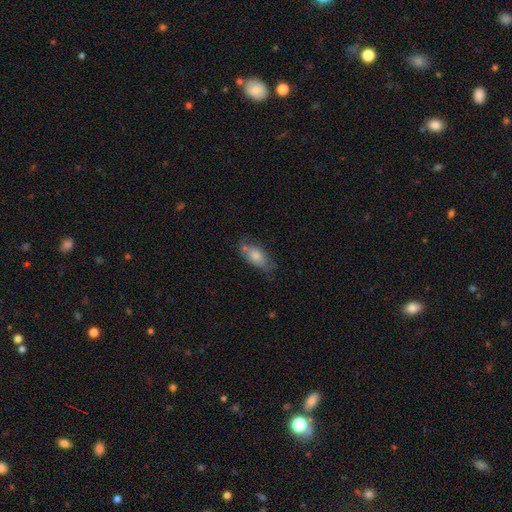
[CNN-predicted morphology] A smooth galaxy with no disk features (67%) that is in between round and cigar-shaped (84%).

Vote fractions:
- Smooth or featured? smooth: 67% / featured or disk: 25% / star or artifact: 8%
- How rounded? in between: 84% / cigar-shaped: 12% / round: 4%
- Merging? none: 58% / minor disturbance: 27% / major disturbance: 10% / merger: 6%